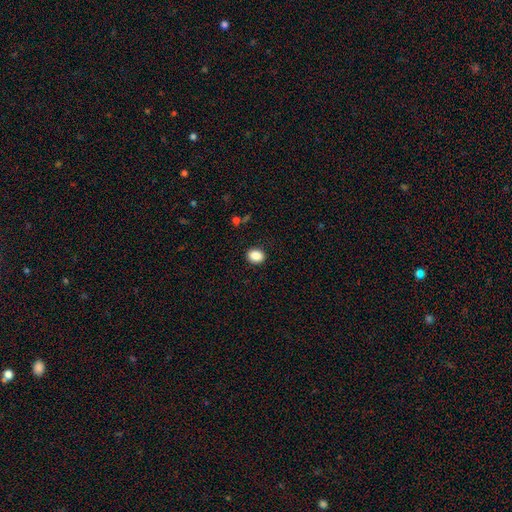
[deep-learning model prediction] A smooth galaxy with no disk features (88%) that is in between round and cigar-shaped (53%).

Vote fractions:
- Smooth or featured? smooth: 88% / star or artifact: 9% / featured or disk: 3%
- How rounded? in between: 53% / round: 47% / cigar-shaped: 1%
- Merging? none: 90% / minor disturbance: 7% / major disturbance: 2% / merger: 1%